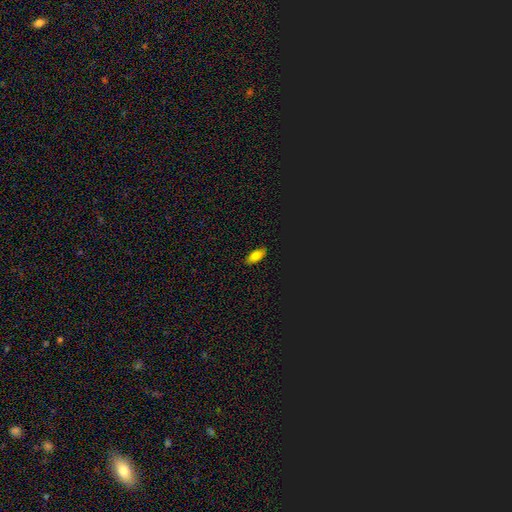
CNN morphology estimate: type=smooth (78%); roundness=in between (89%); merging=none (86%).